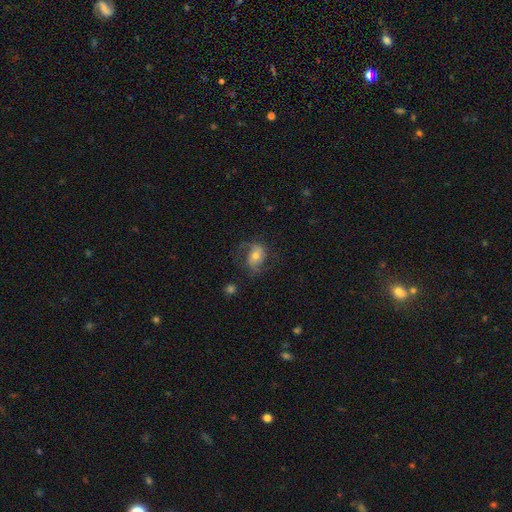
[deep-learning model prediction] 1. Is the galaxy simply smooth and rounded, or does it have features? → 57% featured or disk, 34% smooth, 9% star or artifact.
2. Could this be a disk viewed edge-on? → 96% no, 4% yes.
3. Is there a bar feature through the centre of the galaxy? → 54% no, 33% weak, 14% strong.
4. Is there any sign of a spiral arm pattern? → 85% yes, 15% no.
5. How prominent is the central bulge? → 61% moderate, 27% small, 9% large, 2% none, 2% dominant.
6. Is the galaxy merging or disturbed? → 59% none, 21% minor disturbance, 18% major disturbance, 2% merger.